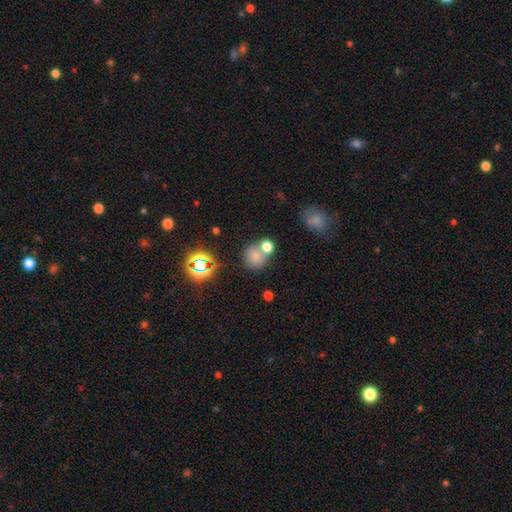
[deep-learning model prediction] smooth 72%, star or artifact 19%, featured or disk 10%. Down the decision tree: how rounded — round (81%); merging — none (52%).